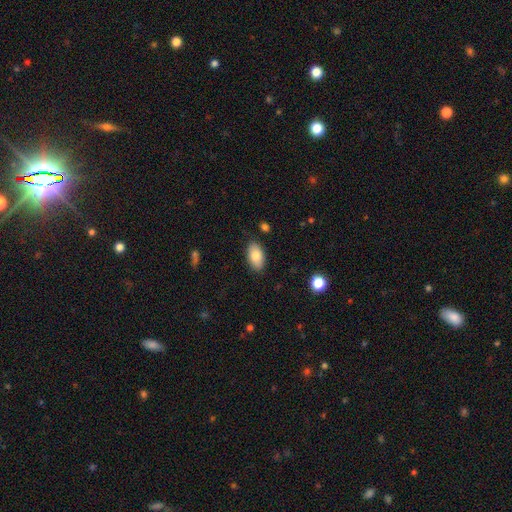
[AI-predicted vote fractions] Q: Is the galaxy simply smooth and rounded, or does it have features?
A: smooth — 81%.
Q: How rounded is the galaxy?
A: in between — 94%.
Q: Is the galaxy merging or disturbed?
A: none — 85%.